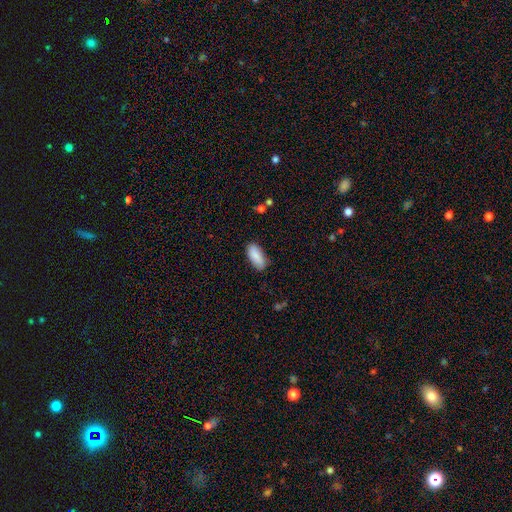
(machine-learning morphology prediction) Overall: smooth (88%). How rounded: in between (87%). Merging: none (82%).